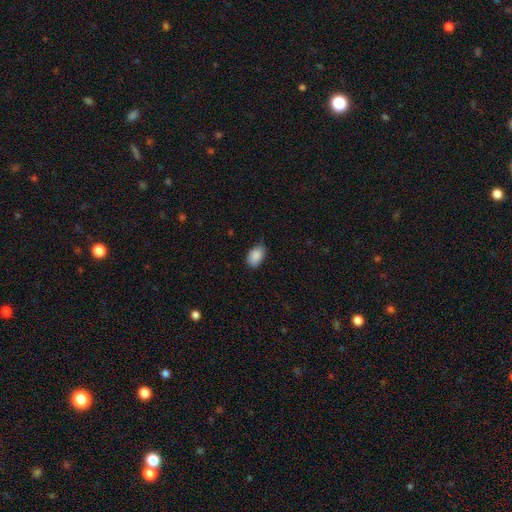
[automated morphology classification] Q: Smooth or featured?
A: smooth (88%); runner-up: star or artifact (7%)
Q: How rounded?
A: in between (89%); runner-up: round (10%)
Q: Merging?
A: none (67%); runner-up: minor disturbance (28%)